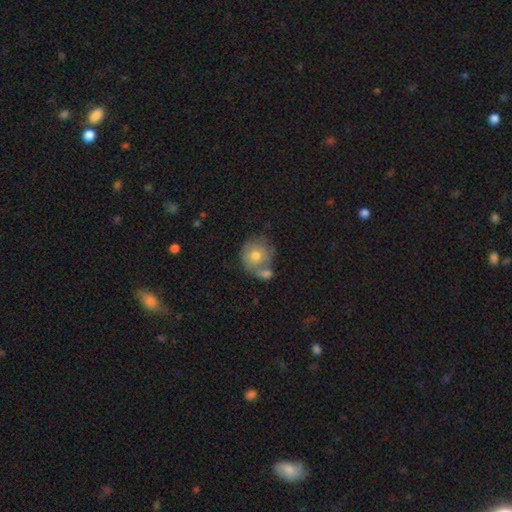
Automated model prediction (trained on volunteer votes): Overall: smooth (66%; featured or disk 27%). How rounded: round (82%). Merging: merger (41%; none 38%).